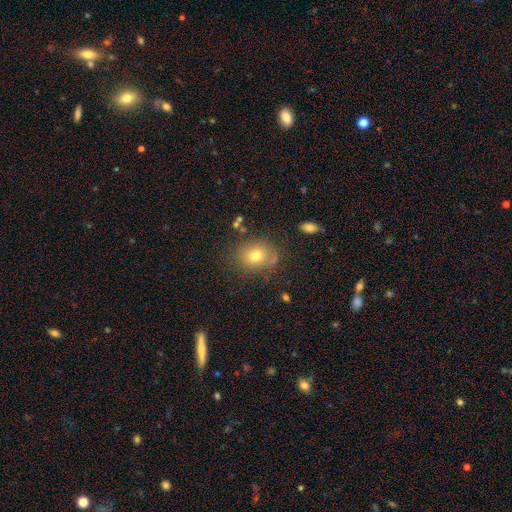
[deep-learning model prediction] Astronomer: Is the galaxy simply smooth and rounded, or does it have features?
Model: smooth — 73%.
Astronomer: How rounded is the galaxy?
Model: round — 52% (runner-up: in between, 47%).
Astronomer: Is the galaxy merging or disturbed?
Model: none — 72%.